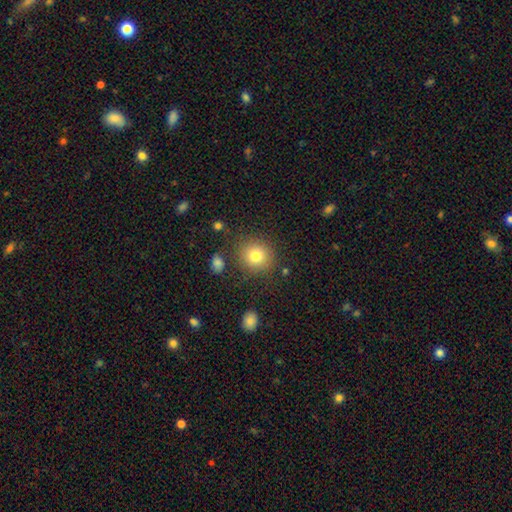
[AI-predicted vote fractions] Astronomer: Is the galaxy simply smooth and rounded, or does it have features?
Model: smooth — 79%.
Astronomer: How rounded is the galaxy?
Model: round — 89%.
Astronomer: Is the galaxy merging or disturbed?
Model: none — 85%.